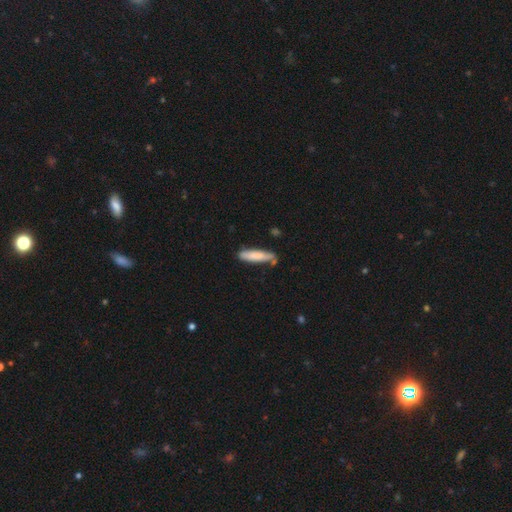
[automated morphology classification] Overall: smooth (78%). How rounded: cigar-shaped (79%). Merging: none (67%).